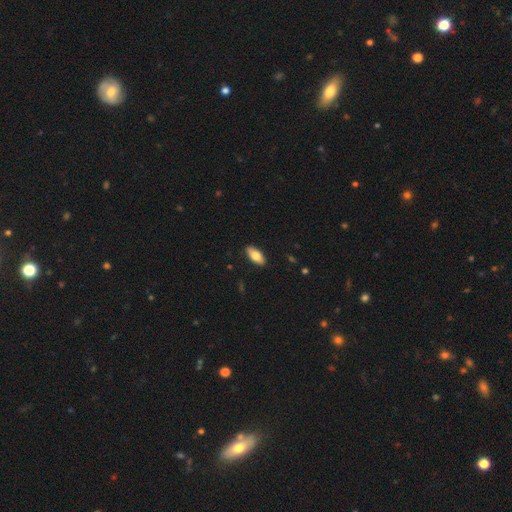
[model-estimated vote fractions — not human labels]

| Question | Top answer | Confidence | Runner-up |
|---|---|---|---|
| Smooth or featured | smooth | 77% | featured or disk (17%) |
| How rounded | in between | 88% | cigar-shaped (9%) |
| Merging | none | 89% | minor disturbance (8%) |